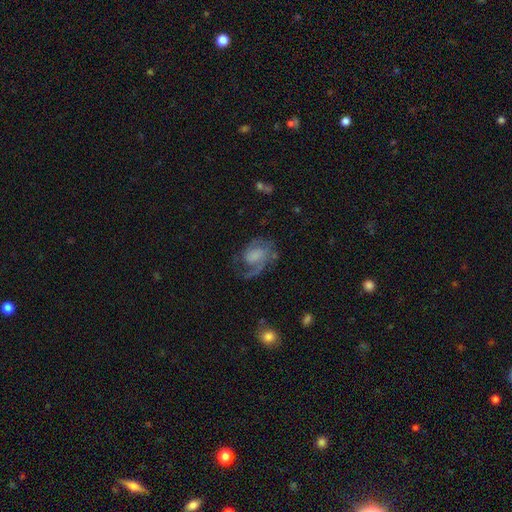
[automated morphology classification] A featured or disk galaxy (75%) with no bar (57%), 2 (45%) medium (47%) spiral arms (92%) and no central bulge (37%). Merging: none (52%).